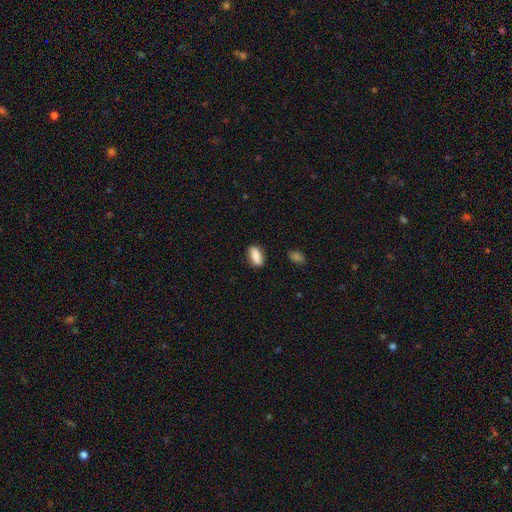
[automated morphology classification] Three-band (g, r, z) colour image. It shows a smooth galaxy with no disk features (86%) that is in between round and cigar-shaped (81%). Merging: none (85%).